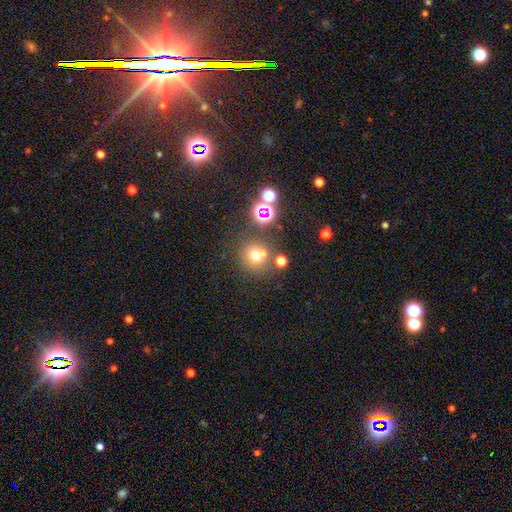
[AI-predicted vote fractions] Smooth or featured: smooth — 63% (star or artifact — 25%)
How rounded: round — 90% (in between — 9%)
Merging: none — 62% (merger — 24%)